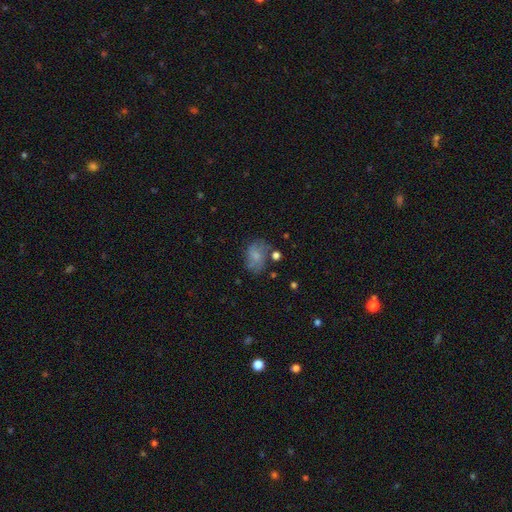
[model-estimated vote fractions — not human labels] This is likely a smooth galaxy (69%). How rounded: likely in between (70%). Merging: possibly none (55%).